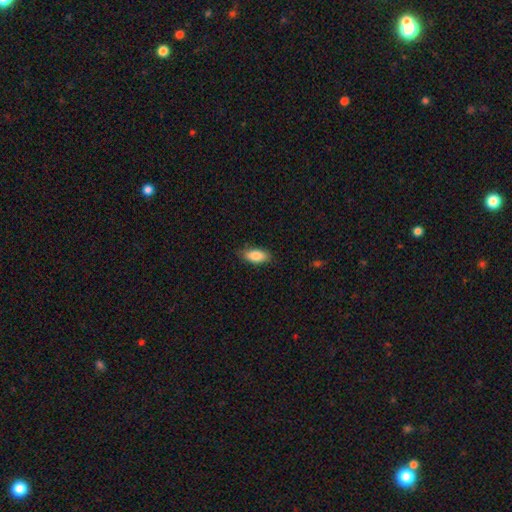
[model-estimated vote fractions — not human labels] Smooth or featured? Predicted: smooth (p=0.85). How rounded? Predicted: in between (p=0.87). Merging? Predicted: none (p=0.84).